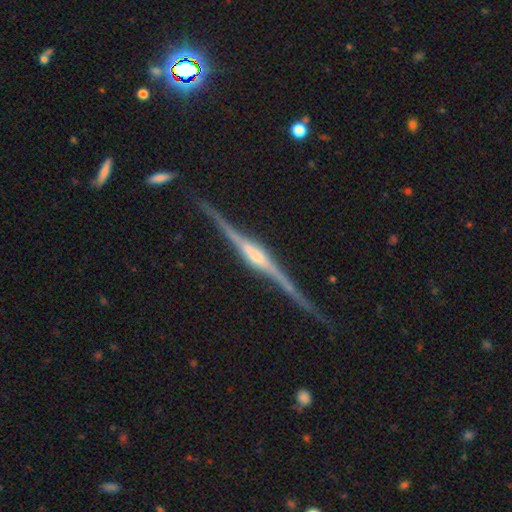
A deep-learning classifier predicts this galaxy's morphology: Smooth or featured: featured or disk — 90% (smooth — 6%)
Edge-on disk: yes — 98% (no — 2%)
Edge-on bulge: rounded — 76% (boxy — 16%)
Merging: none — 84% (minor disturbance — 12%)